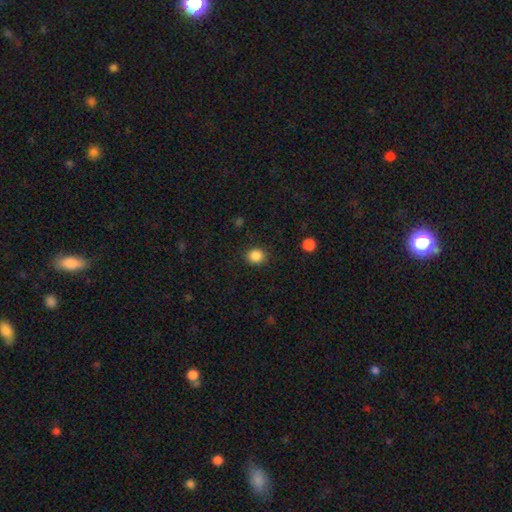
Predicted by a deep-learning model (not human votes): This appears to be a smooth galaxy with no disk features (87%) that is round (79%). Merging: none (89%).